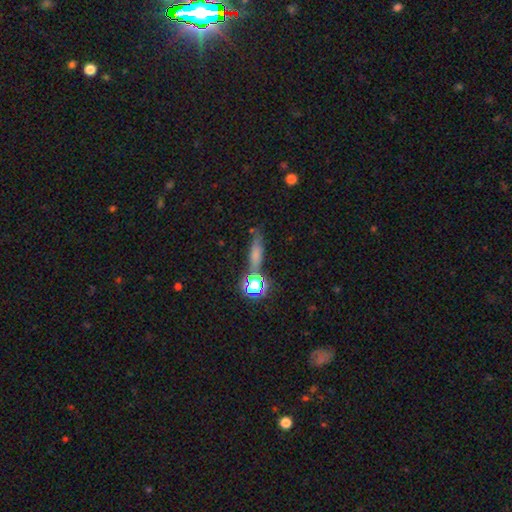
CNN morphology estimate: smooth 59%, star or artifact 24%, featured or disk 17%. Down the decision tree: how rounded — cigar-shaped (59%); merging — none (66%).